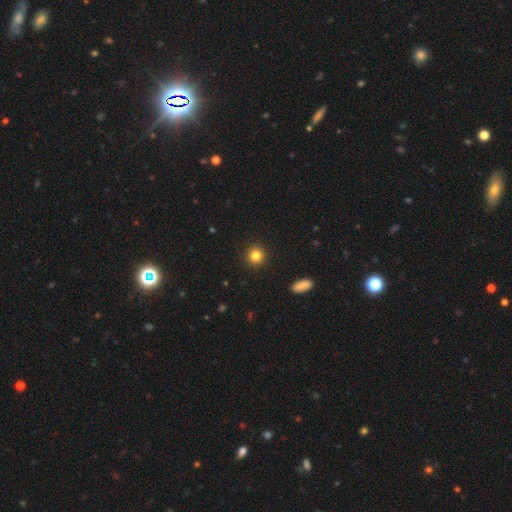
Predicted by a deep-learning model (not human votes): Q: Smooth or featured?
A: smooth (83%); runner-up: star or artifact (11%)
Q: How rounded?
A: round (93%); runner-up: in between (6%)
Q: Merging?
A: none (92%); runner-up: minor disturbance (5%)